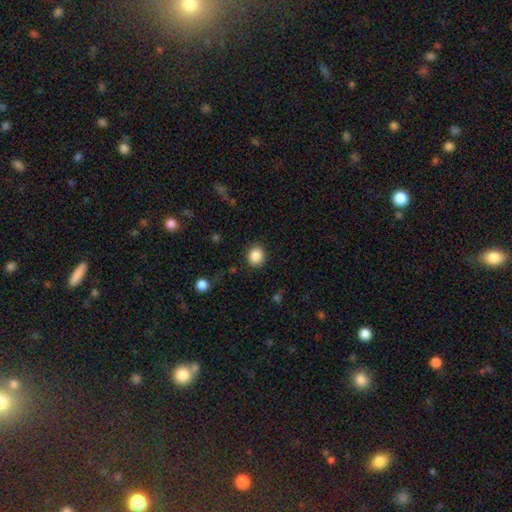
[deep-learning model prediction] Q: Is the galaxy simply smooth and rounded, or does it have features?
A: smooth — 87%.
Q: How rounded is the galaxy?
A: round — 79%.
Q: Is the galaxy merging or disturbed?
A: none — 88%.